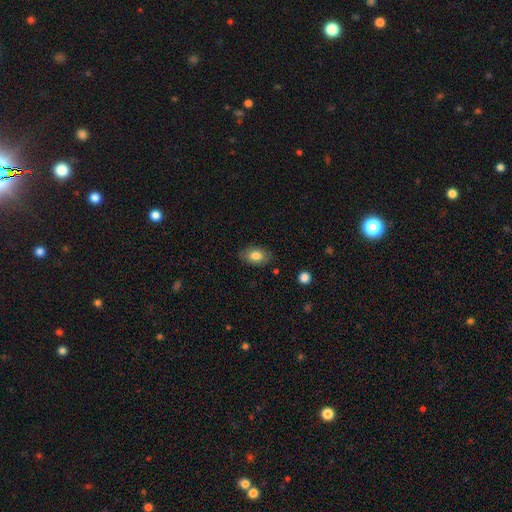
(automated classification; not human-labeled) A smooth galaxy with no disk features (81%) that is in between round and cigar-shaped (89%).

Vote fractions:
- Smooth or featured? smooth: 81% / featured or disk: 12% / star or artifact: 8%
- How rounded? in between: 89% / round: 10% / cigar-shaped: 2%
- Merging? none: 83% / minor disturbance: 12% / major disturbance: 3% / merger: 1%